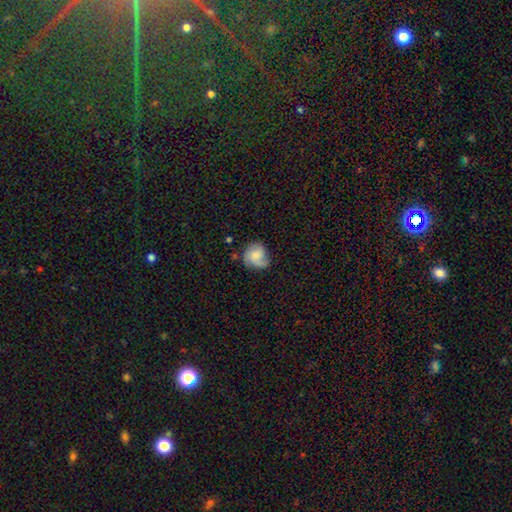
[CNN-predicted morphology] A featured or disk galaxy (47%).

Vote fractions:
- Smooth or featured? featured or disk: 47% / smooth: 45% / star or artifact: 8%
- Merging? none: 53% / minor disturbance: 29% / major disturbance: 15% / merger: 3%